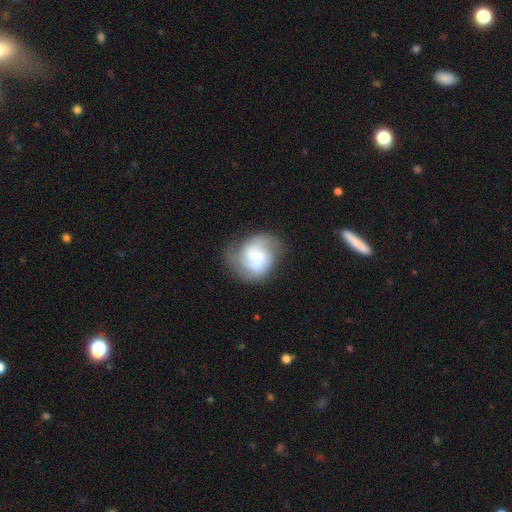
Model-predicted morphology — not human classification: This appears to be a featured or disk galaxy (77%) with no bar (55%), 2 (64%) medium (47%) spiral arms (94%) and a small central bulge (60%). Merging: none (72%).